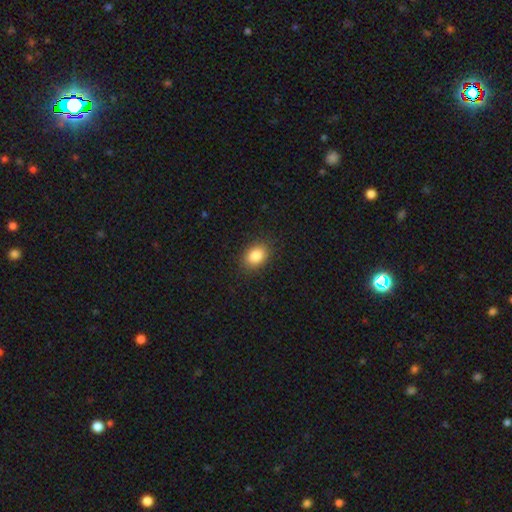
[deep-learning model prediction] Smooth or featured? smooth (86%)
How rounded? in between (71%)
Merging? none (87%)